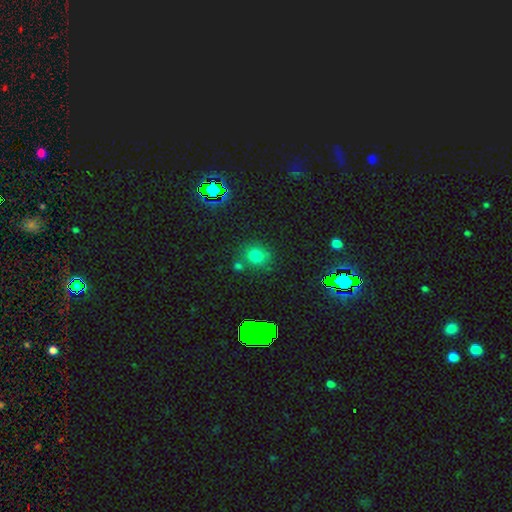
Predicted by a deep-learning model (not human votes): Smooth or featured? smooth (68%)
How rounded? round (74%)
Merging? none (74%)